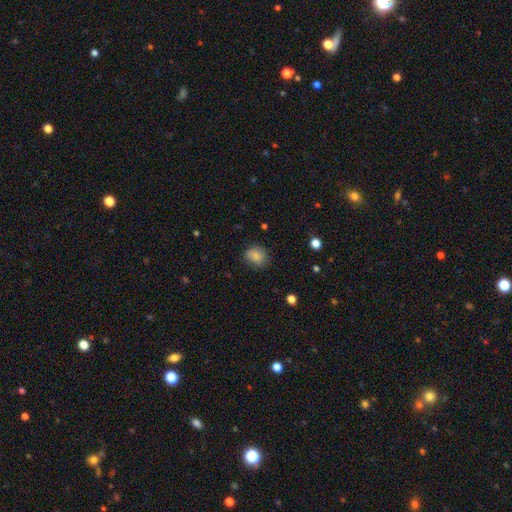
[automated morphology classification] A smooth galaxy with no disk features (83%) that is round (60%). Merging: none (72%).